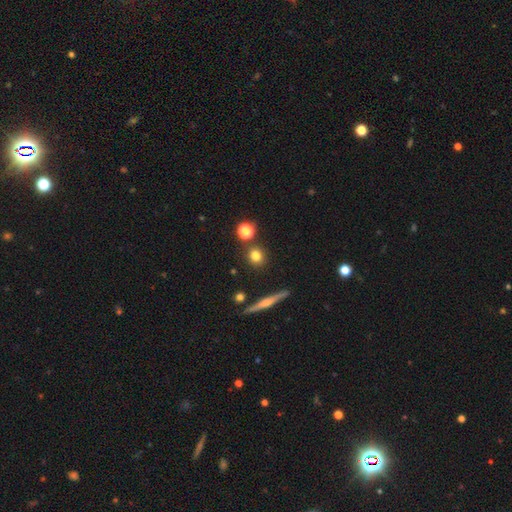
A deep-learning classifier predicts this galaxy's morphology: Q: Smooth or featured?
A: smooth (77%); runner-up: star or artifact (13%)
Q: How rounded?
A: round (86%); runner-up: in between (12%)
Q: Merging?
A: none (84%); runner-up: minor disturbance (7%)